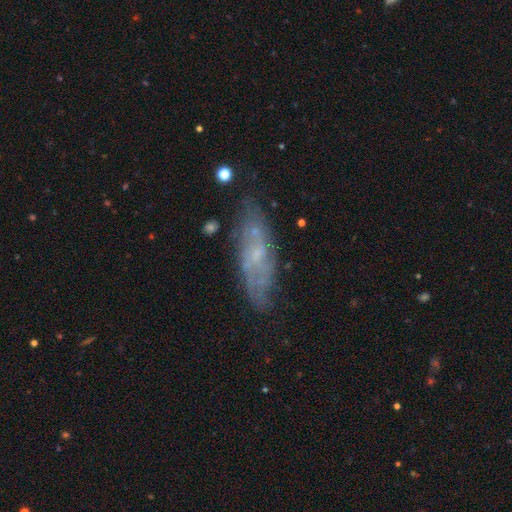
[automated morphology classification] Smooth or featured: featured or disk — 63% (smooth — 29%)
Edge-on disk: no — 77% (yes — 23%)
Merging: none — 71% (minor disturbance — 19%)